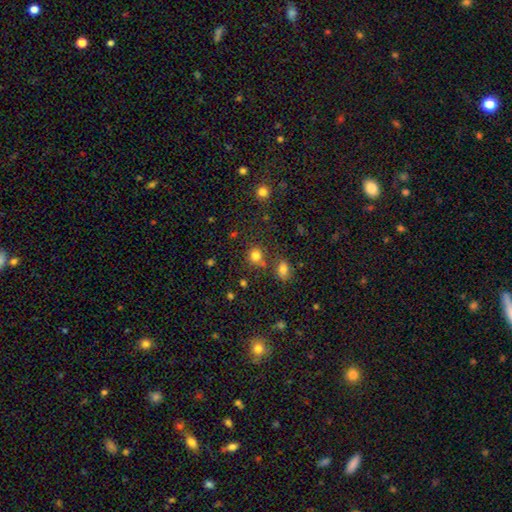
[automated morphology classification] The model was most divided on "merging": none: 70%, merger: 16%, minor disturbance: 10%, major disturbance: 4%. More confident: how rounded — round (84%); smooth or featured — smooth (80%).